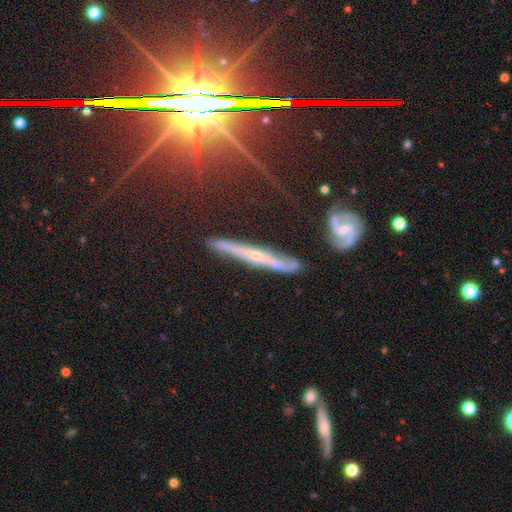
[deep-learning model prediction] smooth_or_featured: featured or disk (p=0.70) [alt: smooth p=0.18]
disk_edge_on: yes (p=0.87) [alt: no p=0.13]
edge_on_bulge: rounded (p=0.70) [alt: none p=0.26]
merging: none (p=0.78) [alt: minor disturbance p=0.16]